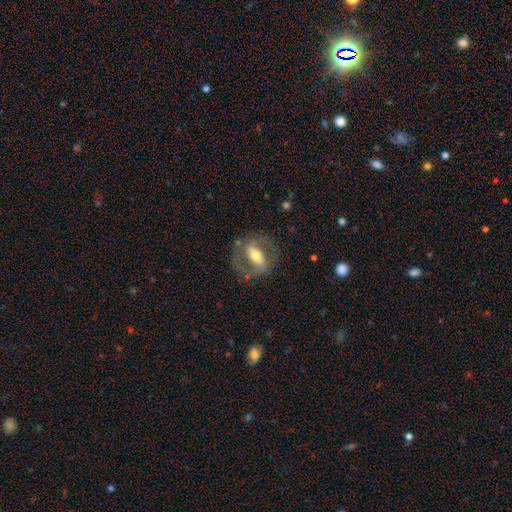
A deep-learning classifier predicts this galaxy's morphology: Smooth or featured?
  - featured or disk: 67% *
  - smooth: 27%
  - star or artifact: 6%
Edge-on disk?
  - no: 86% *
  - yes: 14%
Bar?
  - strong: 54% *
  - weak: 25%
  - no: 21%
Spiral arms?
  - no: 55% *
  - yes: 45%
Bulge size?
  - moderate: 63% *
  - small: 22%
  - large: 12%
  - dominant: 1%
  - none: 1%
Merging?
  - none: 70% *
  - minor disturbance: 15%
  - major disturbance: 13%
  - merger: 2%